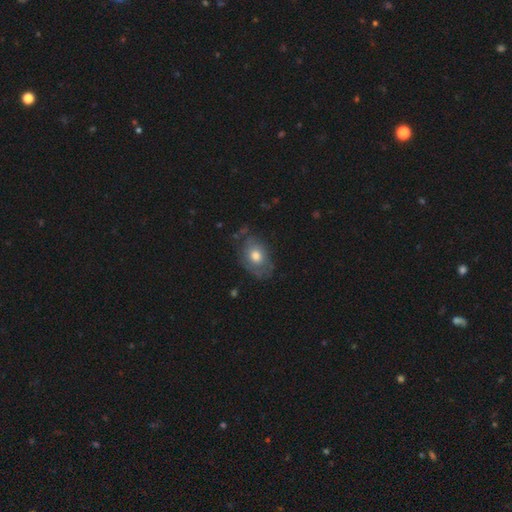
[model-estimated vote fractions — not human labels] smooth-or-featured: smooth: 60% | featured or disk: 32% | star or artifact: 8%
  how-rounded: in between: 78% | round: 21% | cigar-shaped: 1%
  merging: none: 65% | minor disturbance: 25% | major disturbance: 9% | merger: 2%